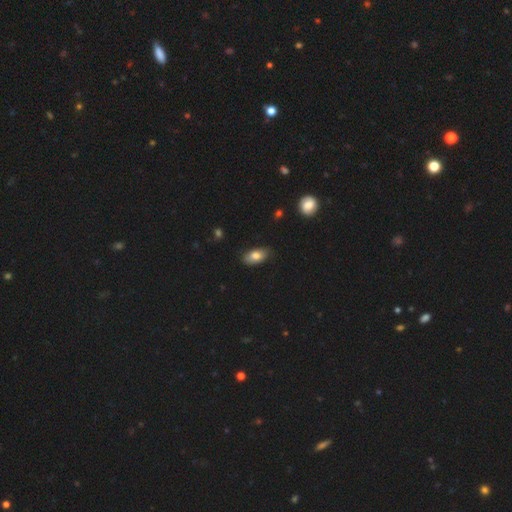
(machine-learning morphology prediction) smooth_or_featured: smooth (p=0.81) [alt: featured or disk p=0.12]
how_rounded: in between (p=0.91) [alt: cigar-shaped p=0.05]
merging: none (p=0.83) [alt: minor disturbance p=0.14]